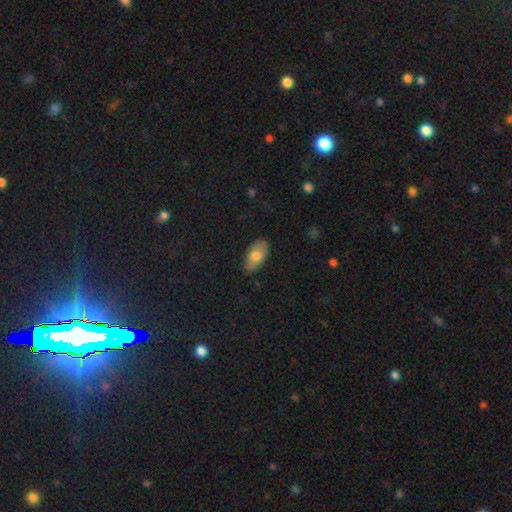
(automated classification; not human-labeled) smooth_or_featured: smooth (p=0.73) [alt: featured or disk p=0.21]
how_rounded: in between (p=0.93) [alt: round p=0.04]
merging: none (p=0.81) [alt: minor disturbance p=0.15]